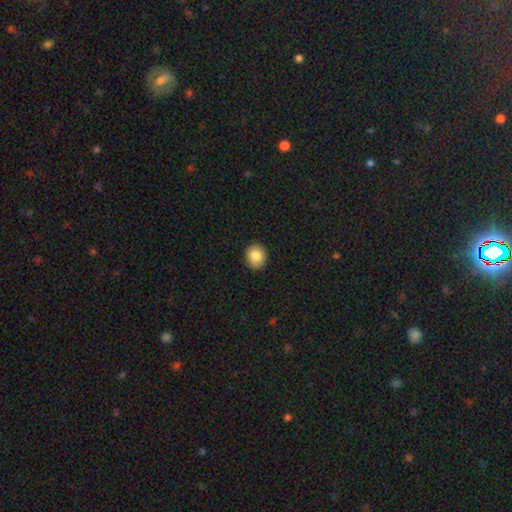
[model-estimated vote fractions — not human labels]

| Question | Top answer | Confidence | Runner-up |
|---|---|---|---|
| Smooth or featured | smooth | 85% | star or artifact (8%) |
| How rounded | round | 76% | in between (23%) |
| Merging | none | 90% | minor disturbance (8%) |